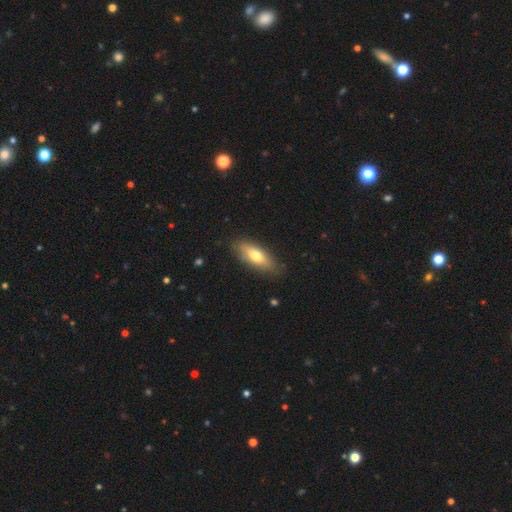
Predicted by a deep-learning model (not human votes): Smooth or featured? Predicted: smooth (p=0.68). How rounded? Predicted: in between (p=0.68). Merging? Predicted: none (p=0.81).